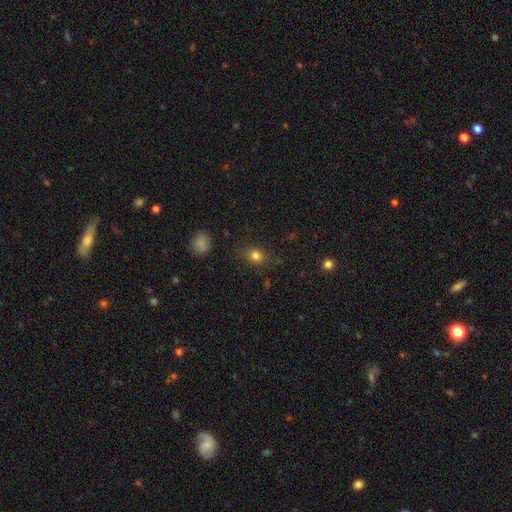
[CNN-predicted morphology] smooth_or_featured: smooth (p=0.80) [alt: star or artifact p=0.13]
how_rounded: round (p=0.57) [alt: in between p=0.42]
merging: none (p=0.83) [alt: minor disturbance p=0.12]